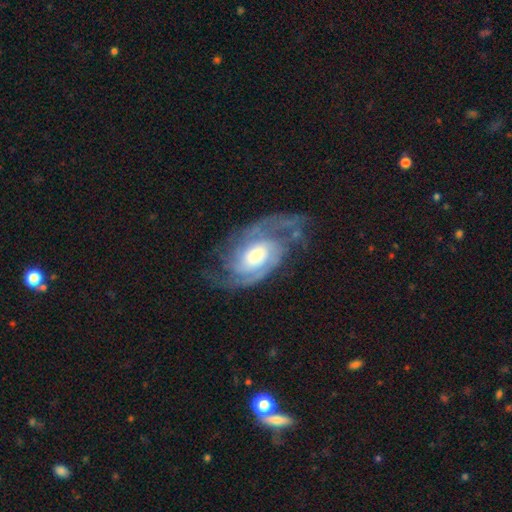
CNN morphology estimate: Smooth or featured?
  - featured or disk: 90% *
  - star or artifact: 5%
  - smooth: 5%
Edge-on disk?
  - no: 97% *
  - yes: 3%
Bar?
  - no: 51% *
  - weak: 36%
  - strong: 12%
Spiral arms?
  - yes: 98% *
  - no: 2%
Spiral winding?
  - tight: 48% *
  - medium: 43%
  - loose: 9%
Spiral arm count?
  - 2: 74% *
  - 3: 11%
  - can't tell: 7%
  - 1: 3%
  - 4: 3%
  - more than 4: 3%
Bulge size?
  - moderate: 55% *
  - large: 29%
  - small: 11%
  - none: 2%
  - dominant: 2%
Merging?
  - none: 73% *
  - minor disturbance: 17%
  - major disturbance: 8%
  - merger: 2%